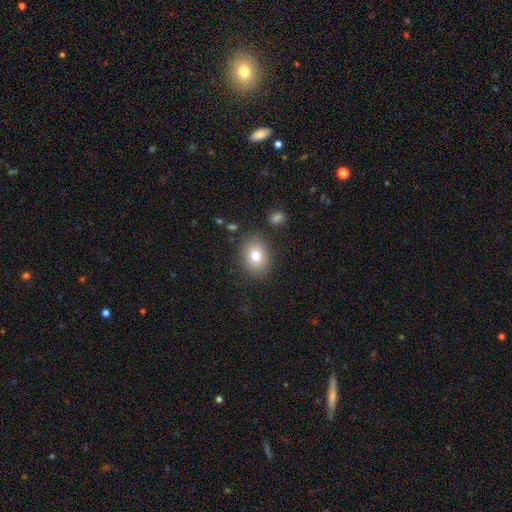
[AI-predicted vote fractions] smooth 78%, featured or disk 12%, star or artifact 10%. Down the decision tree: how rounded — in between (60%); merging — none (84%).